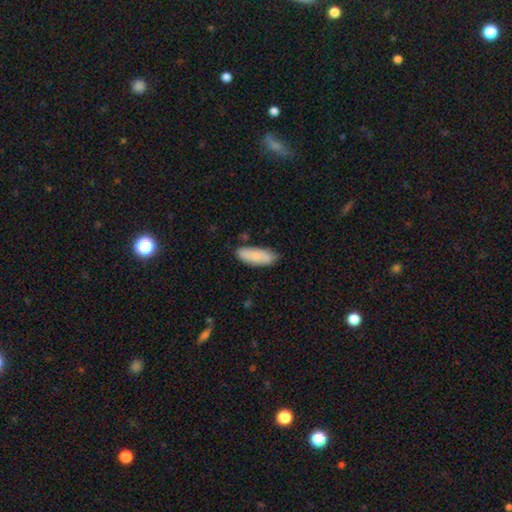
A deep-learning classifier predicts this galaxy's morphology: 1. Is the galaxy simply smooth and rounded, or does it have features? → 79% smooth, 15% featured or disk, 6% star or artifact.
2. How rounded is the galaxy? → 70% in between, 28% cigar-shaped, 2% round.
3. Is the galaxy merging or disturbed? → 76% none, 18% minor disturbance, 3% major disturbance, 3% merger.